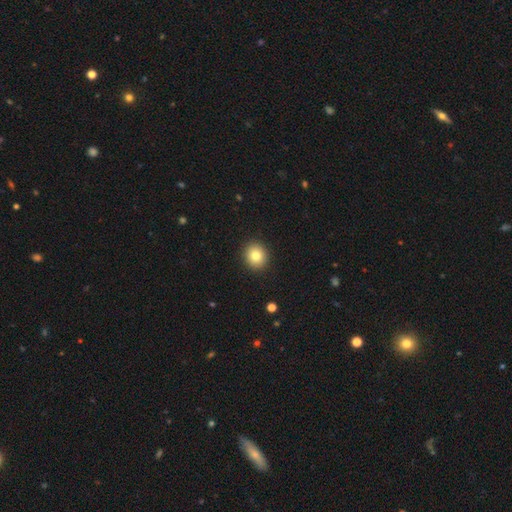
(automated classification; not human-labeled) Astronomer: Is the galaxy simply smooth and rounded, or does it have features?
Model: smooth — 82%.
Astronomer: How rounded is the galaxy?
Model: round — 83%.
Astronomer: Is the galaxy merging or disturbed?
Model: none — 92%.